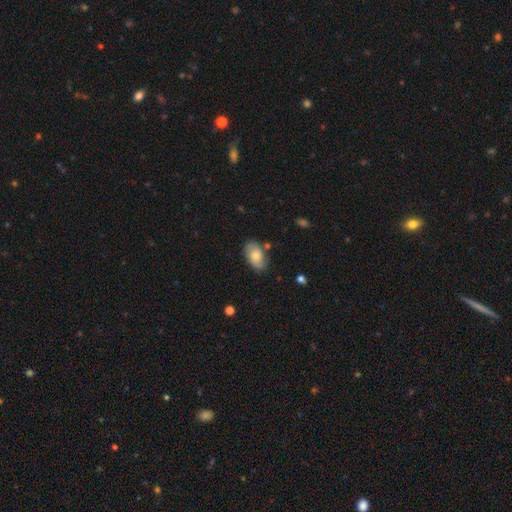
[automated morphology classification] A smooth galaxy with no disk features (63%) that is in between round and cigar-shaped (91%). Merging: none (73%).